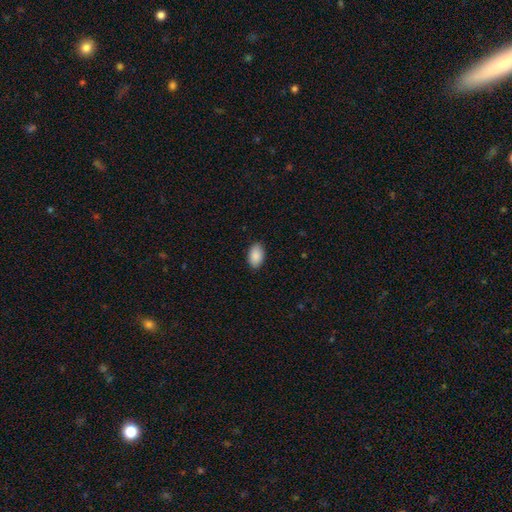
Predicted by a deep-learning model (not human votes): Smooth or featured? smooth (90%)
How rounded? in between (92%)
Merging? none (88%)